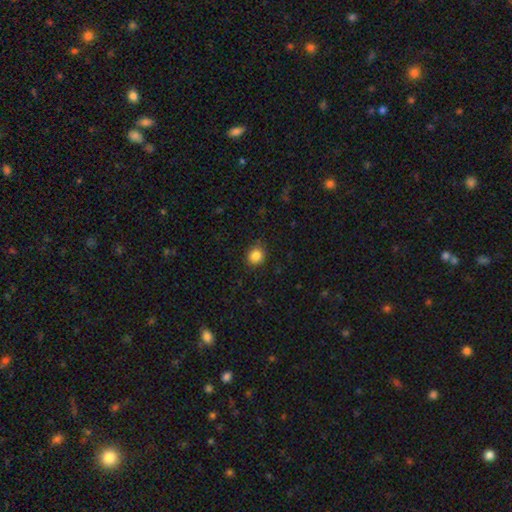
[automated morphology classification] smooth-or-featured: smooth: 85% | star or artifact: 10% | featured or disk: 5%
  how-rounded: round: 79% | in between: 20% | cigar-shaped: 1%
  merging: none: 86% | minor disturbance: 10% | major disturbance: 2% | merger: 1%